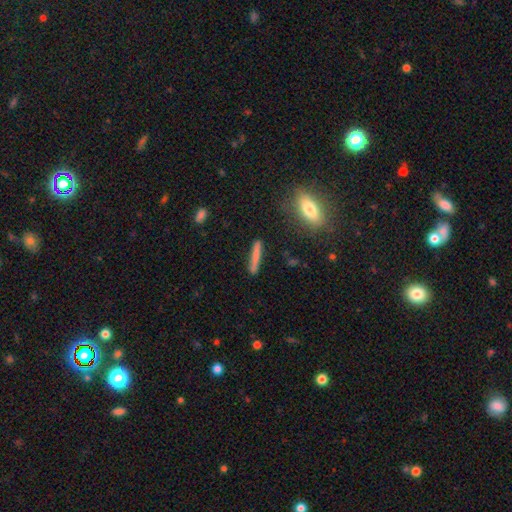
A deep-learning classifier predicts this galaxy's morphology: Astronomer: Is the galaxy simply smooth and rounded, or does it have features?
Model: smooth — 70%.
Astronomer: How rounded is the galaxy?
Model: cigar-shaped — 92%.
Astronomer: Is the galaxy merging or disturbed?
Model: none — 85%.